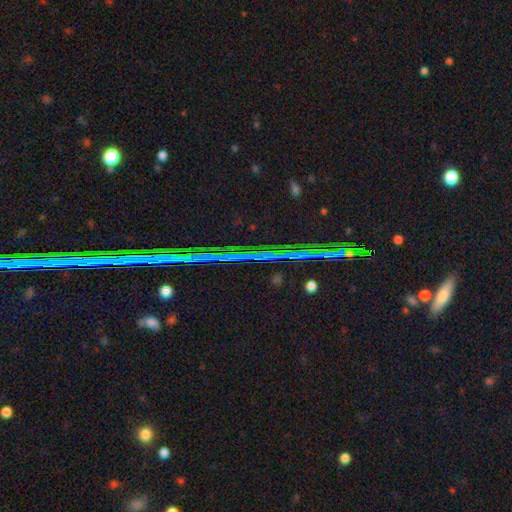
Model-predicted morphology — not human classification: type=star or artifact (83%).